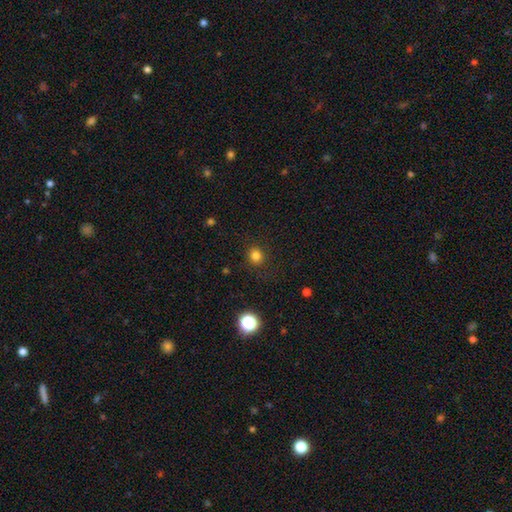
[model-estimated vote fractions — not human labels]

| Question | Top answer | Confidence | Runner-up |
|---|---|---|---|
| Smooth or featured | smooth | 81% | star or artifact (14%) |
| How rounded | round | 85% | in between (14%) |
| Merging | none | 87% | minor disturbance (8%) |